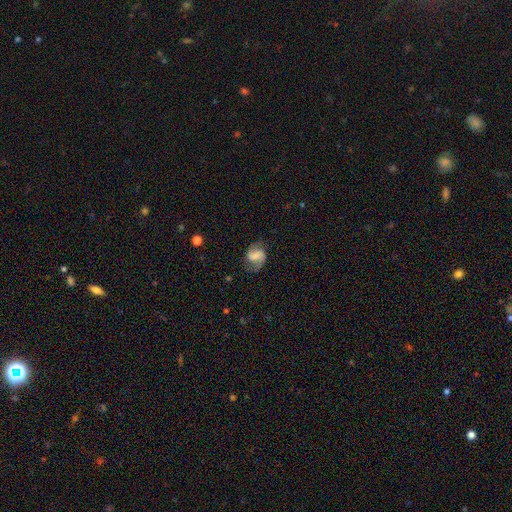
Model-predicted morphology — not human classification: Smooth or featured?
  - featured or disk: 75% *
  - smooth: 17%
  - star or artifact: 8%
Edge-on disk?
  - no: 98% *
  - yes: 2%
Bar?
  - weak: 43% *
  - strong: 31%
  - no: 26%
Spiral arms?
  - yes: 94% *
  - no: 6%
Spiral winding?
  - medium: 48% *
  - loose: 35%
  - tight: 17%
Spiral arm count?
  - 2: 90% *
  - can't tell: 3%
  - 1: 3%
  - 3: 1%
  - 4: 1%
  - more than 4: 1%
Bulge size?
  - none: 48% *
  - small: 21%
  - moderate: 17%
  - large: 11%
  - dominant: 3%
Merging?
  - none: 73% *
  - minor disturbance: 17%
  - major disturbance: 9%
  - merger: 2%